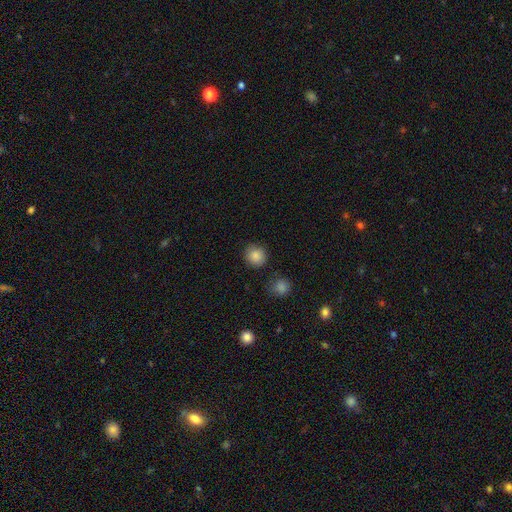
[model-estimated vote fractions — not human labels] smooth 87%, star or artifact 10%, featured or disk 4%. Down the decision tree: how rounded — round (91%); merging — none (85%).